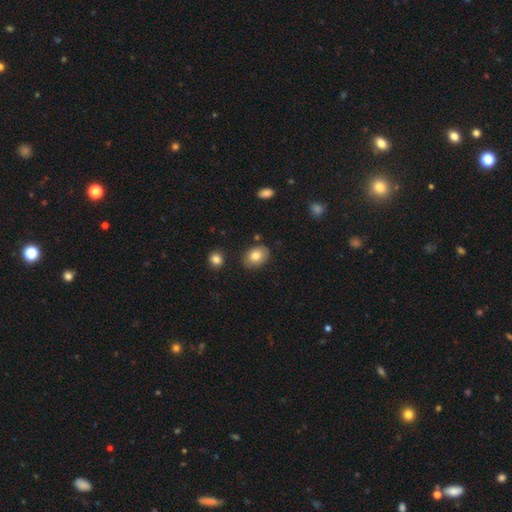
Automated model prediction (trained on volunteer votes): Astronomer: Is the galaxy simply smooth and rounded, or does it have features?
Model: smooth — 80%.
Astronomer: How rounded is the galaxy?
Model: in between — 72%.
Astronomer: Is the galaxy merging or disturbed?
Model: none — 82%.